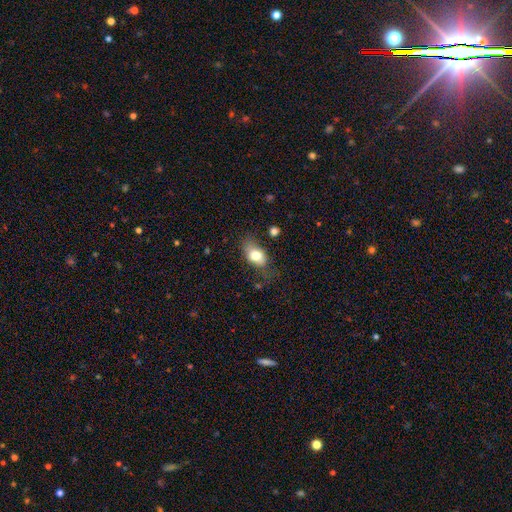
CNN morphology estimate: This is likely a smooth galaxy (75%). How rounded: clearly in between (85%). Merging: likely none (60%).